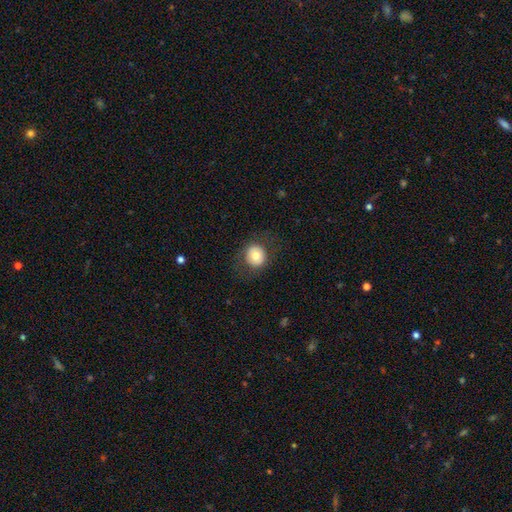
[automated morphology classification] Overall: smooth (71%). How rounded: round (87%). Merging: none (83%).